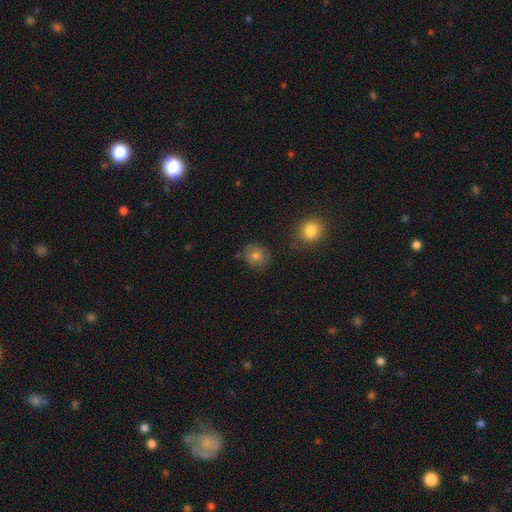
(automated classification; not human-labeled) Overall: smooth (76%). How rounded: round (82%). Merging: none (80%).